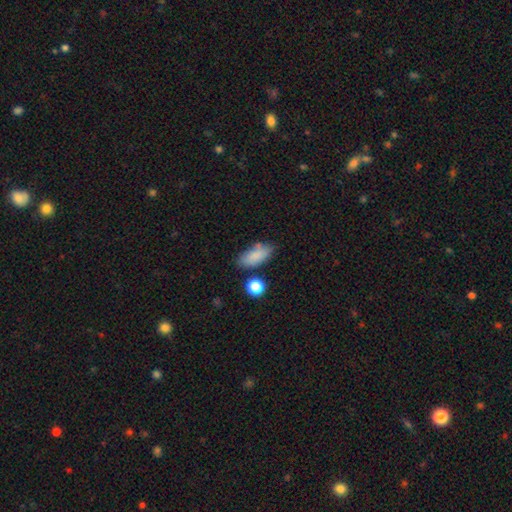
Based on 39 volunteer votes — smooth 87%, star or artifact 8%, featured or disk 5%. Down the decision tree: how rounded — in between (82%); merging — none (58%).